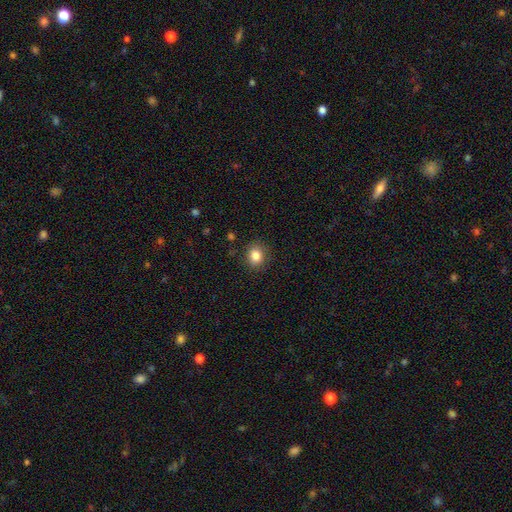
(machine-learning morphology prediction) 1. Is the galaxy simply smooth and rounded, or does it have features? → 84% smooth, 10% star or artifact, 6% featured or disk.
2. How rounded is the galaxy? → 68% round, 31% in between, 1% cigar-shaped.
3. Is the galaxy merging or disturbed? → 87% none, 9% minor disturbance, 3% major disturbance, 1% merger.